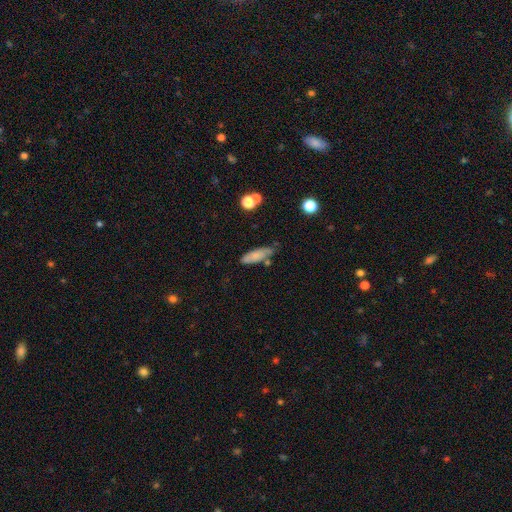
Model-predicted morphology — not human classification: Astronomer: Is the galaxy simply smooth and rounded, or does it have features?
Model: smooth — 76%.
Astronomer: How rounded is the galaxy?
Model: in between — 52% (runner-up: cigar-shaped, 46%).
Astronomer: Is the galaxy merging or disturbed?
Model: none — 62%.